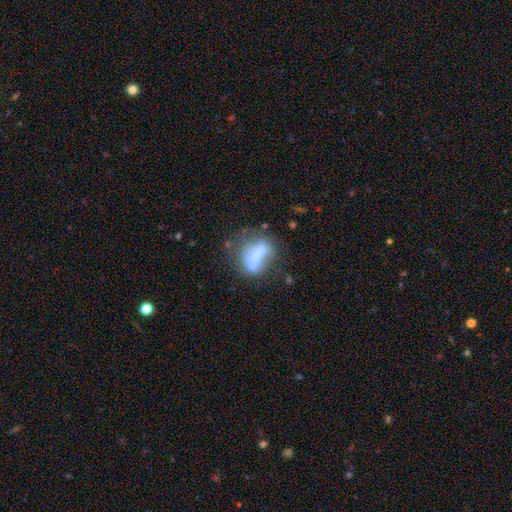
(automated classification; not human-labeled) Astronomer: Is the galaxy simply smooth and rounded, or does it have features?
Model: smooth — 55% (runner-up: featured or disk, 34%).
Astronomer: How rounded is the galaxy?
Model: in between — 65%.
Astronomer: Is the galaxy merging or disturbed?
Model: none — 34% (runner-up: major disturbance, 26%).